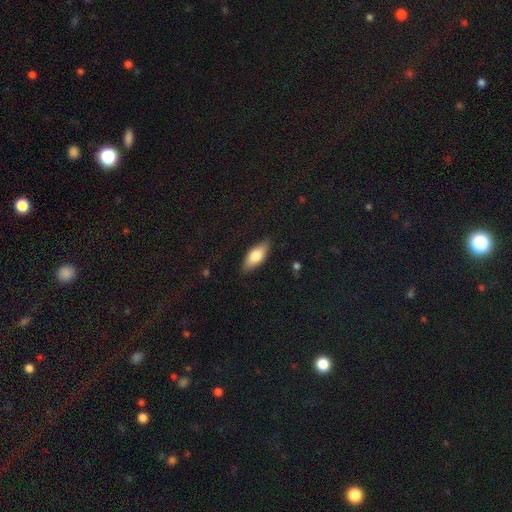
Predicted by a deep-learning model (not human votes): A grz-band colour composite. It shows a smooth galaxy with no disk features (74%) that is in between round and cigar-shaped (79%). Merging: none (86%).